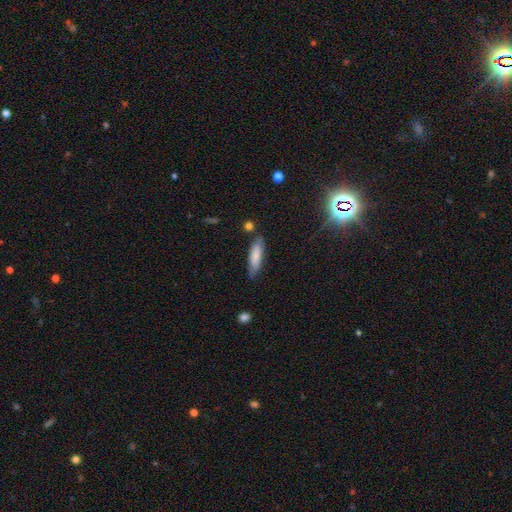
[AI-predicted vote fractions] A smooth galaxy with no disk features (76%) that is cigar-shaped (67%). Merging: none (76%).